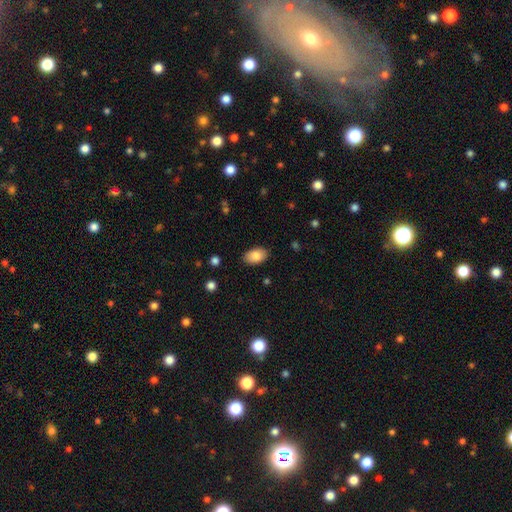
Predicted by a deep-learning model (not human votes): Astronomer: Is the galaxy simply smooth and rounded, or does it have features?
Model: smooth — 86%.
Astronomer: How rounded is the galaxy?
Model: in between — 93%.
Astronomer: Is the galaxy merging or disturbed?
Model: none — 87%.